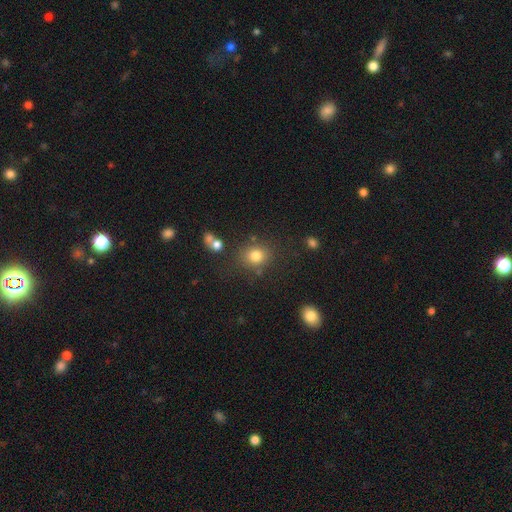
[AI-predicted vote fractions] Morphology: type=smooth (78%); roundness=round (75%); merging=none (78%).